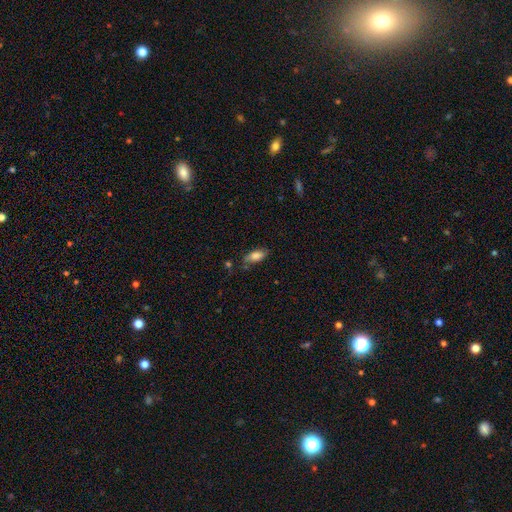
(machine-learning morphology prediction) Smooth or featured? smooth (79%)
How rounded? in between (83%)
Merging? none (67%)